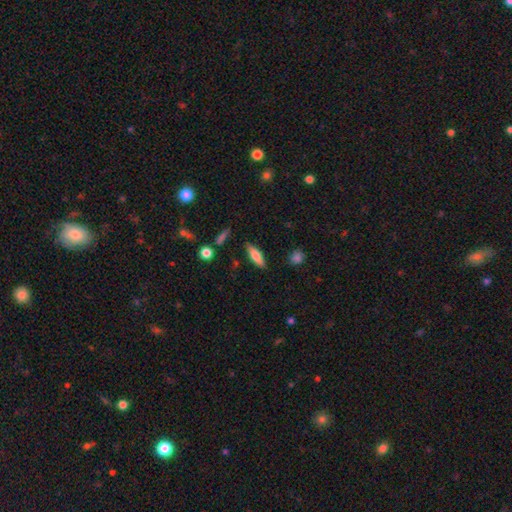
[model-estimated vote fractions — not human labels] Smooth or featured? Predicted: smooth (p=0.68). How rounded? Predicted: cigar-shaped (p=0.49, tied with in between). Merging? Predicted: none (p=0.84).